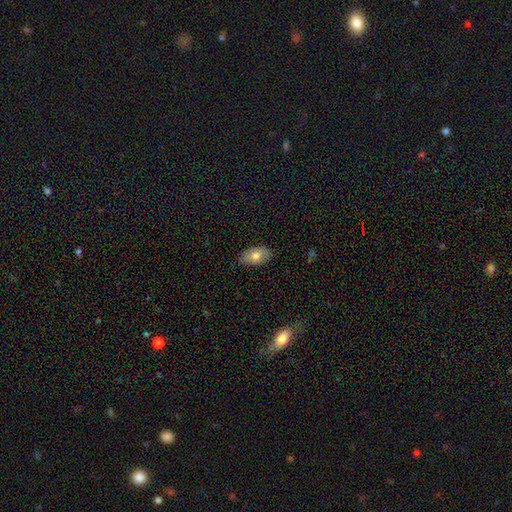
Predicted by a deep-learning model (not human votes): Smooth or featured? smooth (74%)
How rounded? in between (93%)
Merging? none (83%)